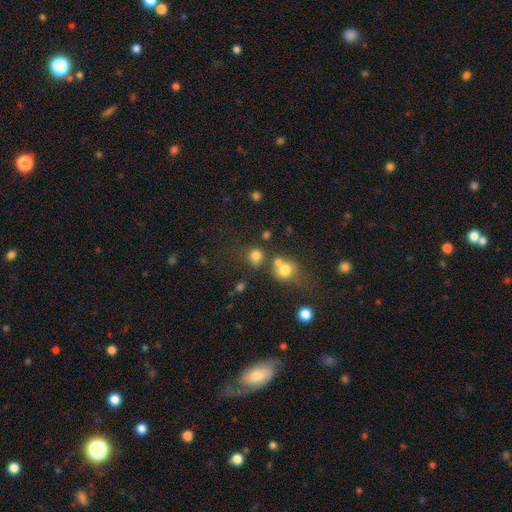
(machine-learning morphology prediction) type=smooth (77%); roundness=round (76%); merging=none (55%).